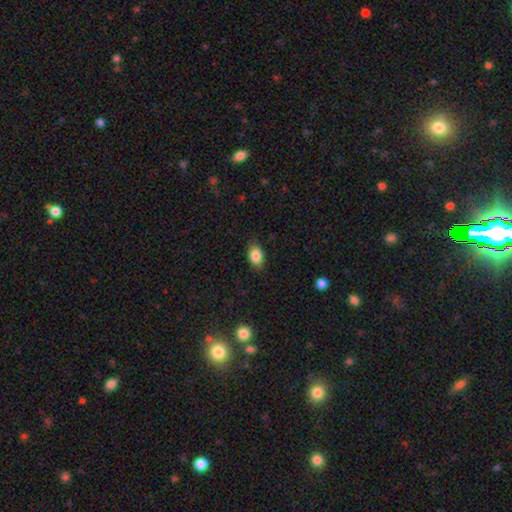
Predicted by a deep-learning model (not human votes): Morphology: type=smooth (84%); roundness=in between (82%); merging=none (84%).